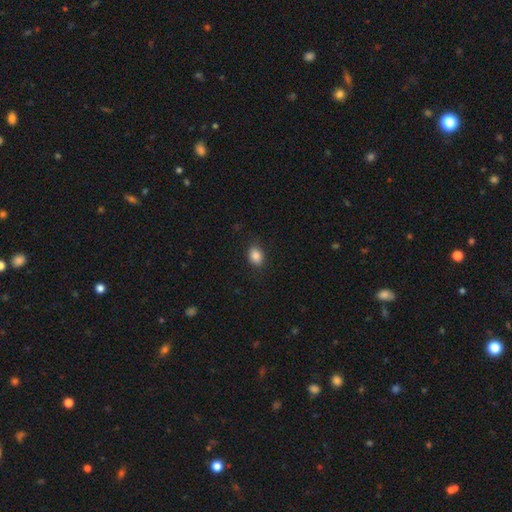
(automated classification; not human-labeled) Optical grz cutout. It shows a smooth galaxy with no disk features (86%) that is in between round and cigar-shaped (67%). Merging: none (86%).